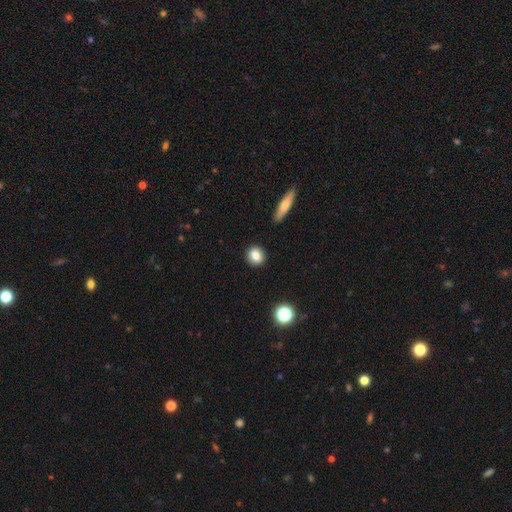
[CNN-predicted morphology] Smooth or featured? Predicted: smooth (p=0.82). How rounded? Predicted: round (p=0.76). Merging? Predicted: none (p=0.90).